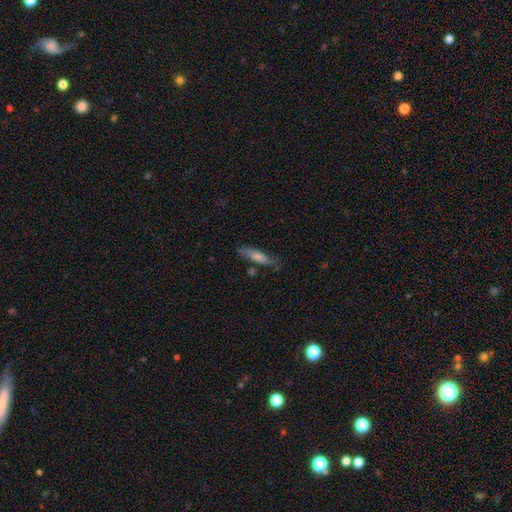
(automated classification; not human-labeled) The model was most divided on "smooth or featured": smooth: 58%, featured or disk: 34%, star or artifact: 8%. More confident: how rounded — cigar-shaped (76%); merging — none (71%).